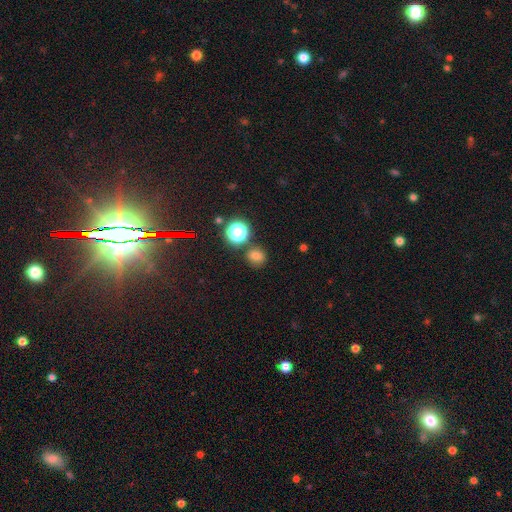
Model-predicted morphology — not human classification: Smooth or featured? smooth (72%)
How rounded? round (83%)
Merging? none (81%)